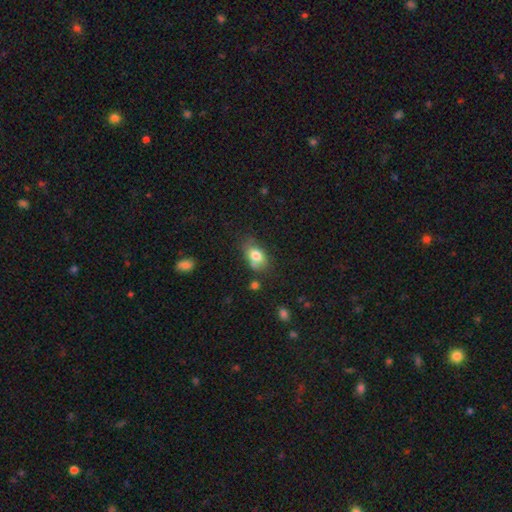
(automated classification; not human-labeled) This is likely a smooth galaxy (78%). How rounded: clearly in between (84%). Merging: possibly none (58%).